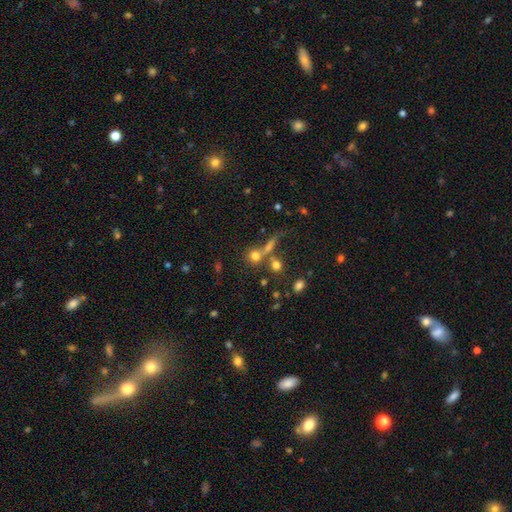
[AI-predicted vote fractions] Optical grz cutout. It shows a smooth galaxy with no disk features (70%) that is round (80%). Merging: none (48%).